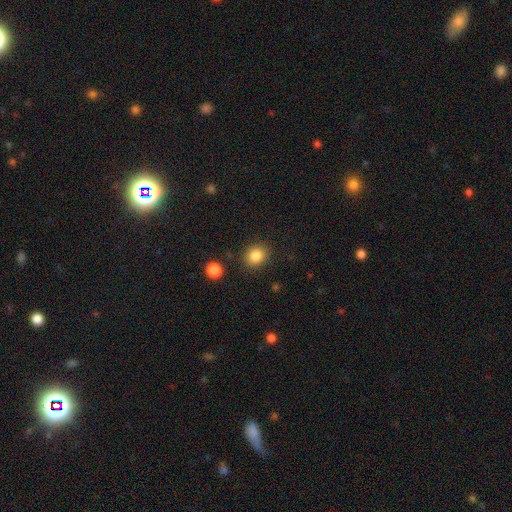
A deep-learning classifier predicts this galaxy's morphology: Smooth or featured?
  - smooth: 84% *
  - star or artifact: 11%
  - featured or disk: 5%
How rounded?
  - round: 74% *
  - in between: 25%
  - cigar-shaped: 1%
Merging?
  - none: 87% *
  - minor disturbance: 8%
  - major disturbance: 3%
  - merger: 3%